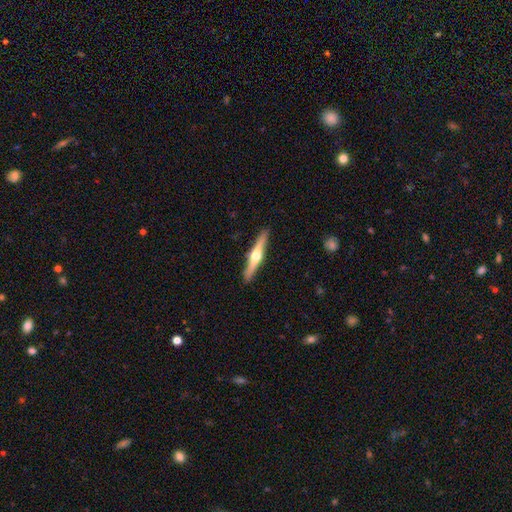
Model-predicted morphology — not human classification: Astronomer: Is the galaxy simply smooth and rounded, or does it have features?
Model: featured or disk — 70%.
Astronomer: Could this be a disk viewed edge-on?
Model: yes — 97%.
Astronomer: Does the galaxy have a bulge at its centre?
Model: rounded — 95%.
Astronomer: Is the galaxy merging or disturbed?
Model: none — 91%.